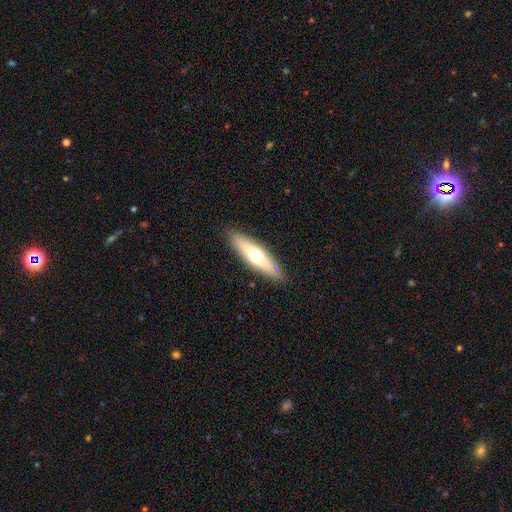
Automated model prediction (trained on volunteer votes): smooth_or_featured: smooth (p=0.58) [alt: featured or disk p=0.36]
how_rounded: cigar-shaped (p=0.68) [alt: in between p=0.30]
merging: none (p=0.89) [alt: minor disturbance p=0.08]